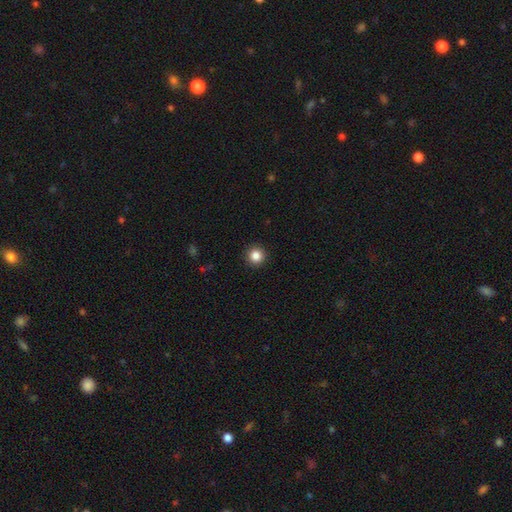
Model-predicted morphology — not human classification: Smooth or featured: smooth — 85% (star or artifact — 11%)
How rounded: round — 95% (in between — 4%)
Merging: none — 93% (minor disturbance — 4%)